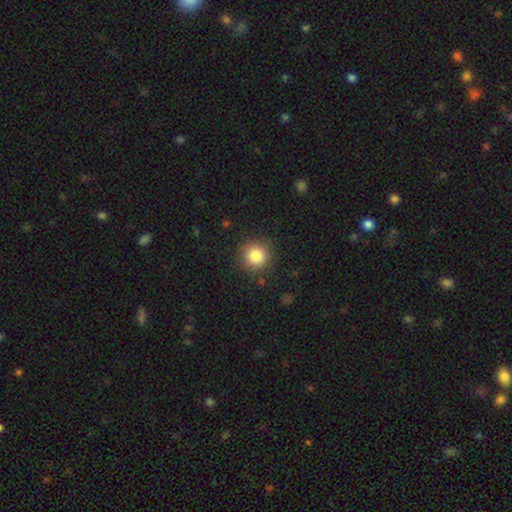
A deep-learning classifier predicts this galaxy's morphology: This is clearly a smooth galaxy (84%). How rounded: clearly round (94%). Merging: clearly none (88%).